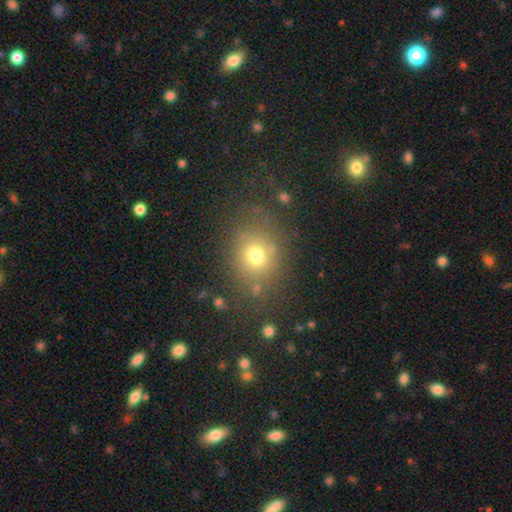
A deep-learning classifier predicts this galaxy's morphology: The model was most divided on "how rounded": round: 63%, in between: 36%, cigar-shaped: 1%. More confident: merging — none (75%); smooth or featured — smooth (71%).